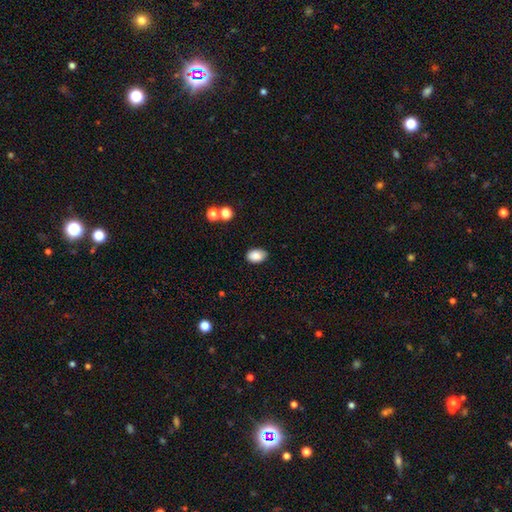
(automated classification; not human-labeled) Smooth or featured: smooth — 87% (star or artifact — 8%)
How rounded: in between — 87% (round — 12%)
Merging: none — 85% (minor disturbance — 12%)